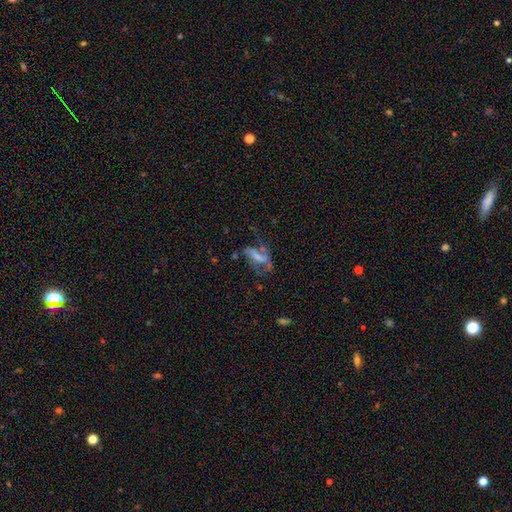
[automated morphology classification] A featured or disk galaxy (59%) with no bar (38%), spiral arms (57%) and a small central bulge (36%).

Vote fractions:
- Smooth or featured? featured or disk: 59% / smooth: 26% / star or artifact: 15%
- Edge-on disk? no: 85% / yes: 15%
- Bar? no: 38% / weak: 31% / strong: 30%
- Spiral arms? yes: 57% / no: 43%
- Bulge size? small: 36% / none: 34% / moderate: 22% / large: 6% / dominant: 2%
- Merging? major disturbance: 42% / none: 32% / minor disturbance: 18% / merger: 7%